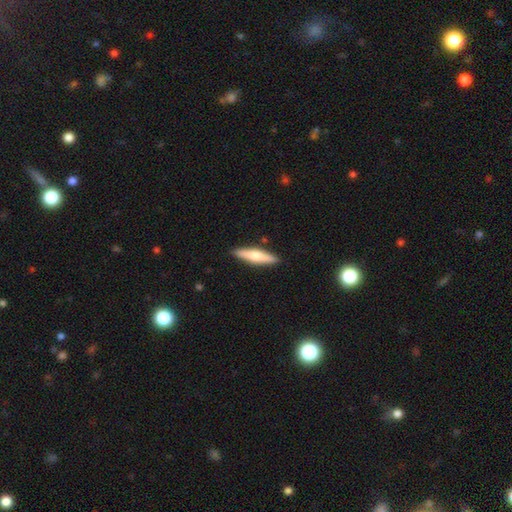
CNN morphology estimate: This is possibly a smooth galaxy (55%). How rounded: likely cigar-shaped (79%). Merging: clearly none (89%).